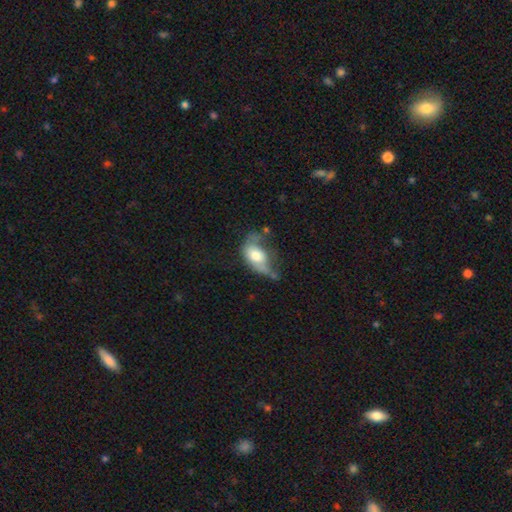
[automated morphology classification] Smooth or featured? Predicted: smooth (p=0.61). How rounded? Predicted: in between (p=0.85). Merging? Predicted: major disturbance (p=0.37).